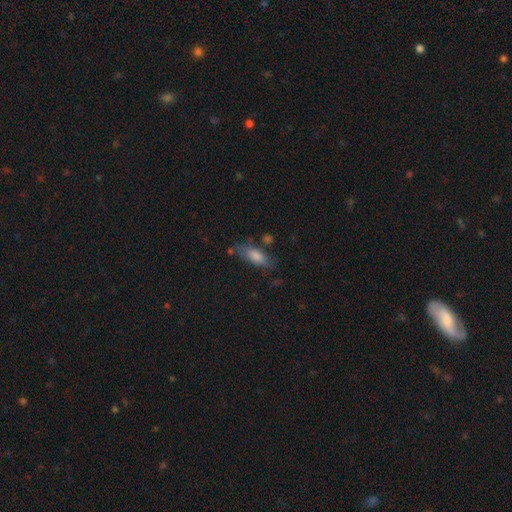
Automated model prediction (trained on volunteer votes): smooth_or_featured: smooth (p=0.76) [alt: featured or disk p=0.16]
how_rounded: in between (p=0.70) [alt: cigar-shaped p=0.27]
merging: none (p=0.65) [alt: minor disturbance p=0.21]